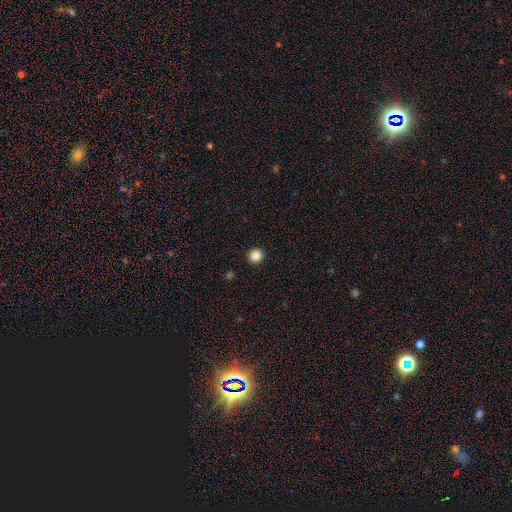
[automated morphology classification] A smooth galaxy with no disk features (86%) that is round (94%). Merging: none (94%).